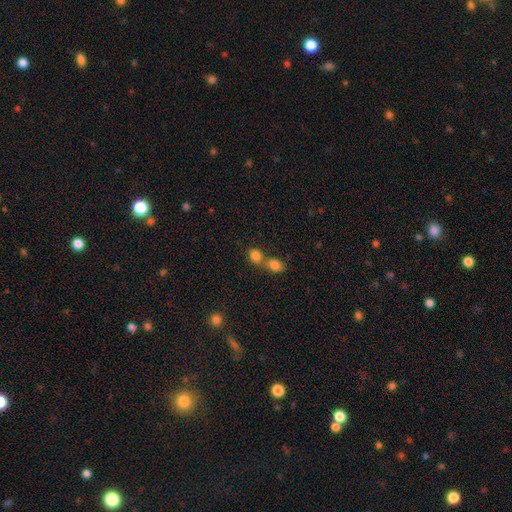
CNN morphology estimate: The model was most divided on "how rounded": round: 56%, in between: 42%, cigar-shaped: 2%. More confident: smooth or featured — smooth (82%); merging — merger (60%).